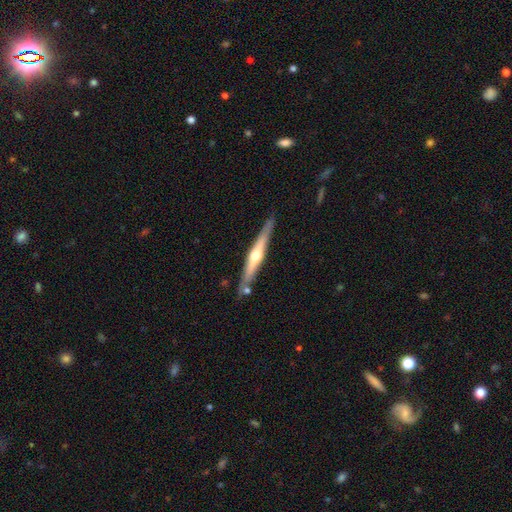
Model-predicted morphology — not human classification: Smooth or featured: featured or disk — 69% (smooth — 26%)
Edge-on disk: yes — 97% (no — 3%)
Edge-on bulge: rounded — 90% (none — 7%)
Merging: none — 83% (minor disturbance — 10%)